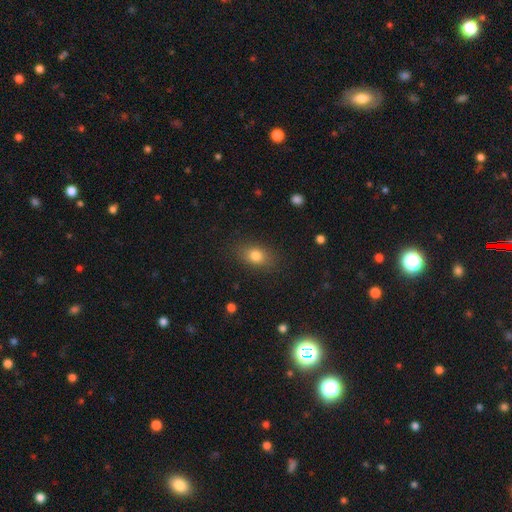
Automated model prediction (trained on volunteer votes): A smooth galaxy with no disk features (81%) that is in between round and cigar-shaped (75%).

Vote fractions:
- Smooth or featured? smooth: 81% / star or artifact: 10% / featured or disk: 9%
- How rounded? in between: 75% / round: 22% / cigar-shaped: 3%
- Merging? none: 84% / minor disturbance: 11% / major disturbance: 4% / merger: 1%